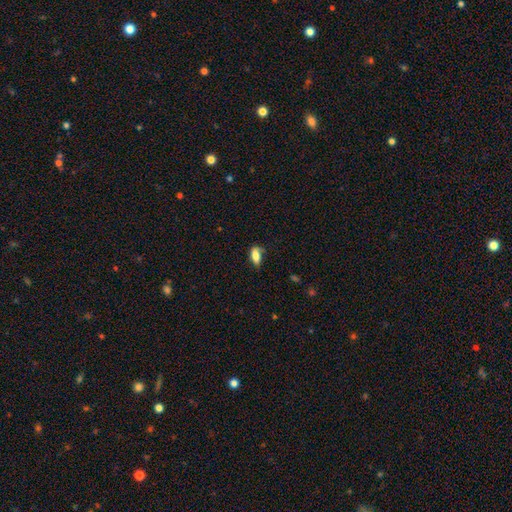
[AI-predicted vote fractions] Q: Smooth or featured?
A: smooth (79%); runner-up: featured or disk (12%)
Q: How rounded?
A: in between (82%); runner-up: cigar-shaped (14%)
Q: Merging?
A: none (50%); runner-up: minor disturbance (33%)